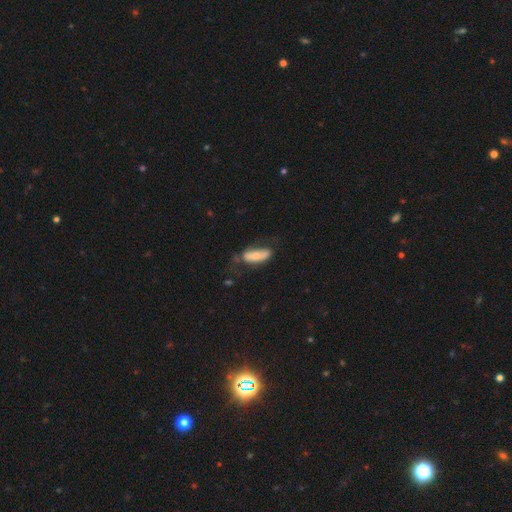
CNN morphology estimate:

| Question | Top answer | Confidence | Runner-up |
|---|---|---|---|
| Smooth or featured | smooth | 57% | featured or disk (37%) |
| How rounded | in between | 70% | cigar-shaped (27%) |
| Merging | none | 50% | minor disturbance (28%) |